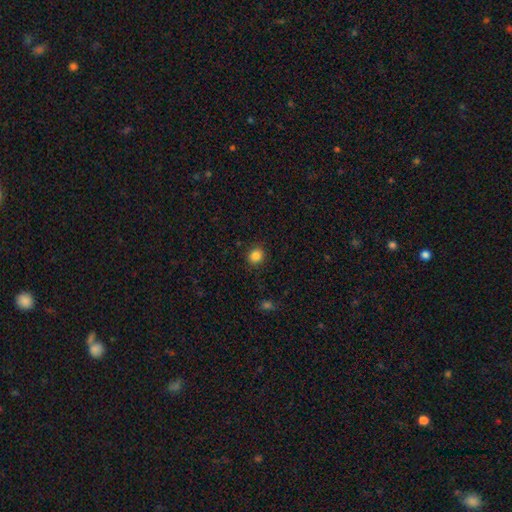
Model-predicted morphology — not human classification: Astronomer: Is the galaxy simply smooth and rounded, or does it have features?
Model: smooth — 85%.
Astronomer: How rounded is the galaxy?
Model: round — 80%.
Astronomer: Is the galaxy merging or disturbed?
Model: none — 89%.